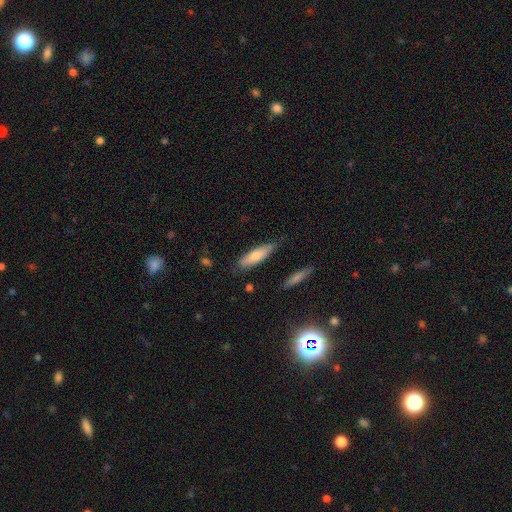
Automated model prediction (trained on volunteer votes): Smooth or featured?
  - smooth: 73% *
  - featured or disk: 21%
  - star or artifact: 6%
How rounded?
  - cigar-shaped: 63% *
  - in between: 35%
  - round: 2%
Merging?
  - none: 73% *
  - minor disturbance: 20%
  - major disturbance: 4%
  - merger: 3%